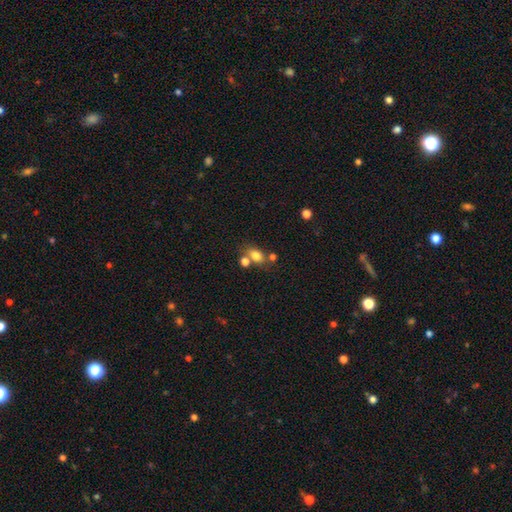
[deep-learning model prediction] Overall: smooth (77%). How rounded: in between (72%). Merging: none (56%; merger 27%).